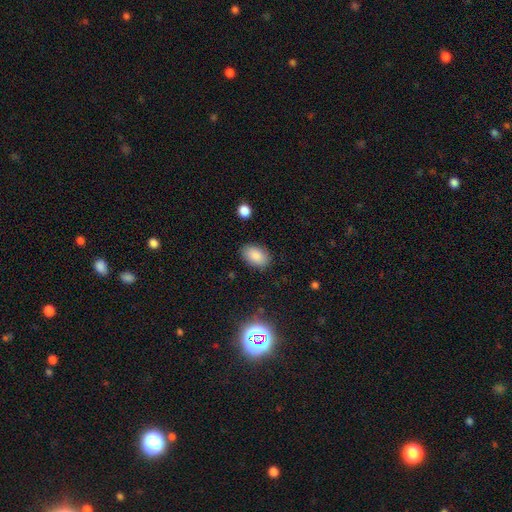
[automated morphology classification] Q: Smooth or featured?
A: smooth (86%); runner-up: star or artifact (8%)
Q: How rounded?
A: in between (90%); runner-up: round (8%)
Q: Merging?
A: none (85%); runner-up: minor disturbance (11%)